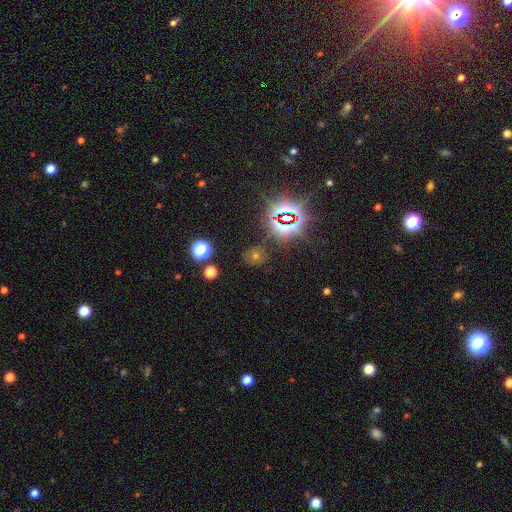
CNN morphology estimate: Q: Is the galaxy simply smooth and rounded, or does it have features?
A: star or artifact — 53%.